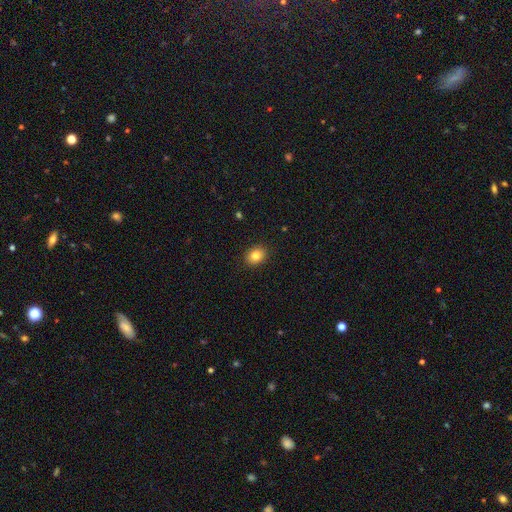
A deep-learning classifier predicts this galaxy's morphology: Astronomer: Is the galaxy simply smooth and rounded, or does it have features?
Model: smooth — 83%.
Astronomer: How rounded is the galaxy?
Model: round — 50% (runner-up: in between, 49%).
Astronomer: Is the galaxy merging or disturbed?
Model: none — 91%.